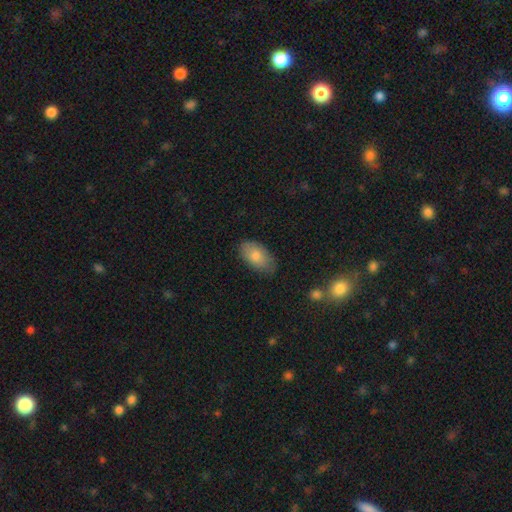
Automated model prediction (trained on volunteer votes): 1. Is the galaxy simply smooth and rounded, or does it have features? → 78% smooth, 15% featured or disk, 7% star or artifact.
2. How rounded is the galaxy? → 93% in between, 5% round, 2% cigar-shaped.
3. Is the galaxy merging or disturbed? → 79% none, 17% minor disturbance, 3% major disturbance, 2% merger.